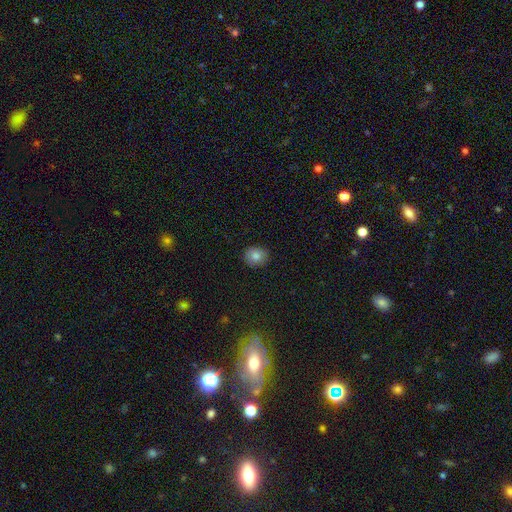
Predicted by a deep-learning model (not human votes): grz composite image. It shows a smooth galaxy with no disk features (83%) that is round (69%). Merging: none (87%).